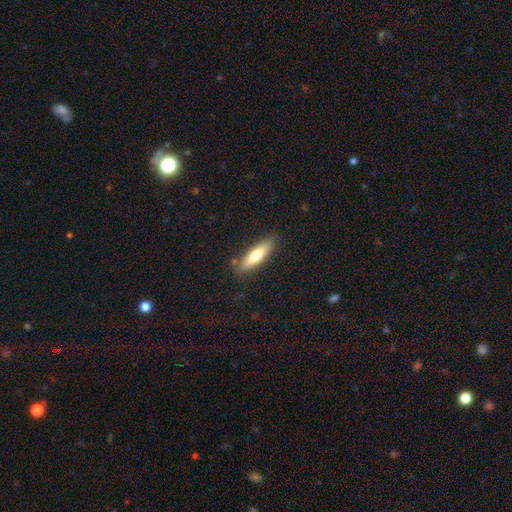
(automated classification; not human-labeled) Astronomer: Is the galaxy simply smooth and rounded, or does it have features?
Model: smooth — 62%.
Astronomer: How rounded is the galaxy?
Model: cigar-shaped — 71%.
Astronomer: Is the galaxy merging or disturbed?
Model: none — 85%.